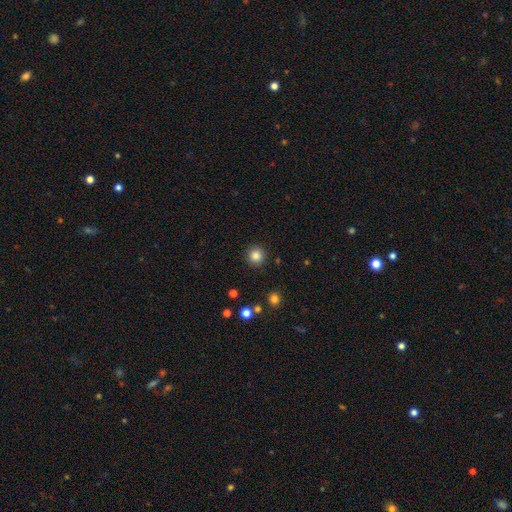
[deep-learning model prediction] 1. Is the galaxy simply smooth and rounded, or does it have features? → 84% smooth, 11% star or artifact, 5% featured or disk.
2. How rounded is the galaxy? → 95% round, 4% in between, 1% cigar-shaped.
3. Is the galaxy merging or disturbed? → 91% none, 5% minor disturbance, 2% major disturbance, 1% merger.